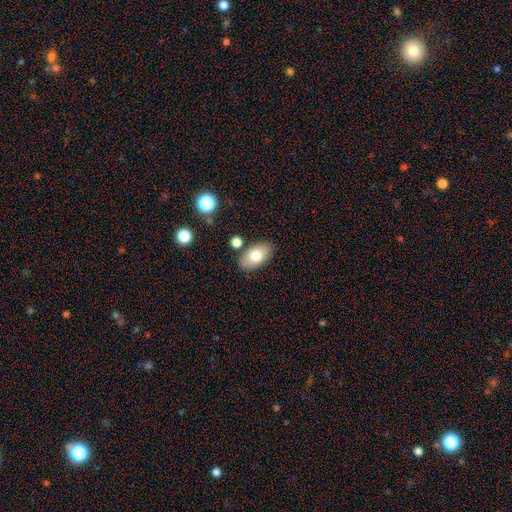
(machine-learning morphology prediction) Smooth or featured? Predicted: smooth (p=0.75). How rounded? Predicted: in between (p=0.93). Merging? Predicted: none (p=0.82).